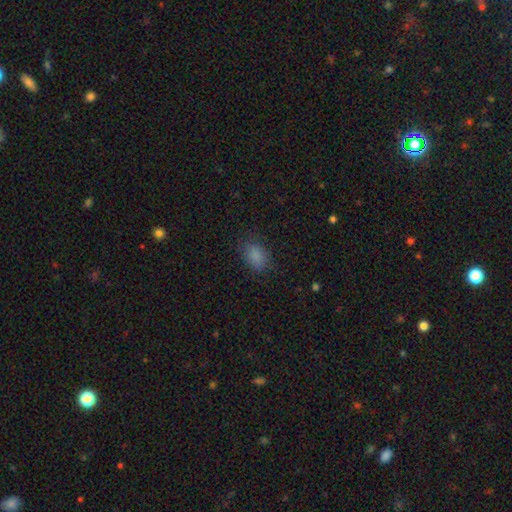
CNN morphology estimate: Q: Smooth or featured?
A: smooth (84%); runner-up: star or artifact (12%)
Q: How rounded?
A: in between (80%); runner-up: round (19%)
Q: Merging?
A: none (78%); runner-up: minor disturbance (16%)